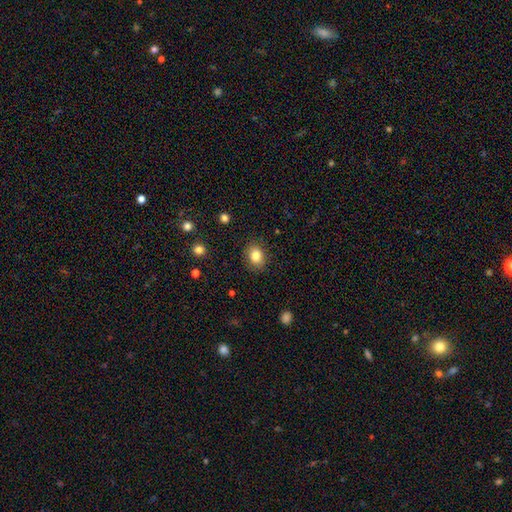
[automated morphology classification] This appears to be a smooth galaxy with no disk features (83%) that is in between round and cigar-shaped (55%). Merging: none (86%).